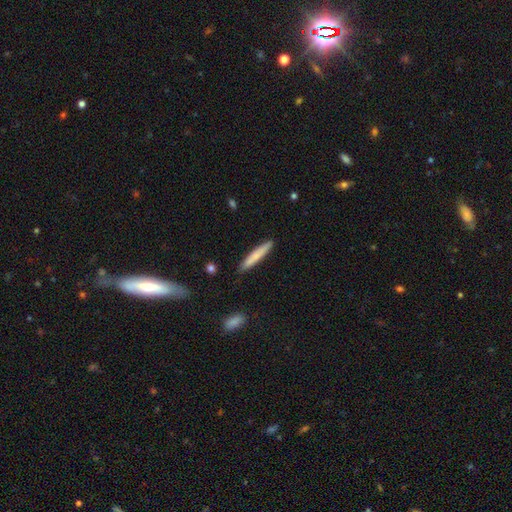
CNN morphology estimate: Overall: smooth (73%). How rounded: cigar-shaped (94%). Merging: none (89%).